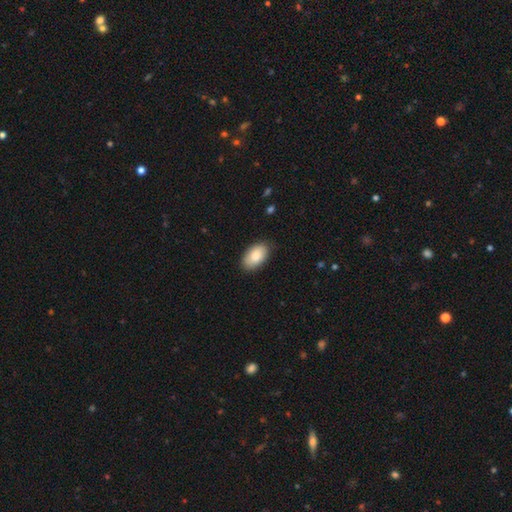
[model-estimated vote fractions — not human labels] smooth_or_featured: smooth (p=0.85) [alt: featured or disk p=0.09]
how_rounded: in between (p=0.94) [alt: round p=0.05]
merging: none (p=0.84) [alt: minor disturbance p=0.13]